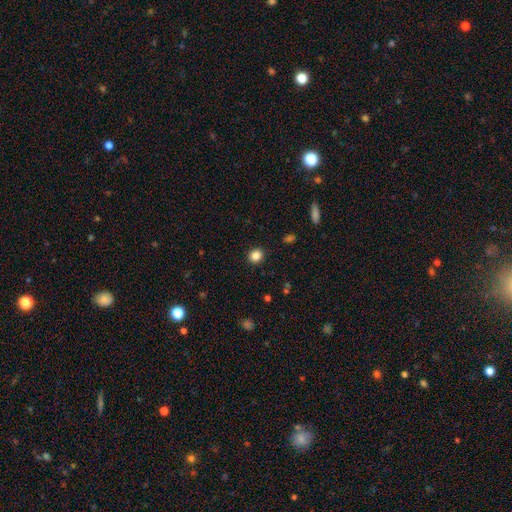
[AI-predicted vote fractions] Morphology: type=smooth (85%); roundness=round (86%); merging=none (91%).